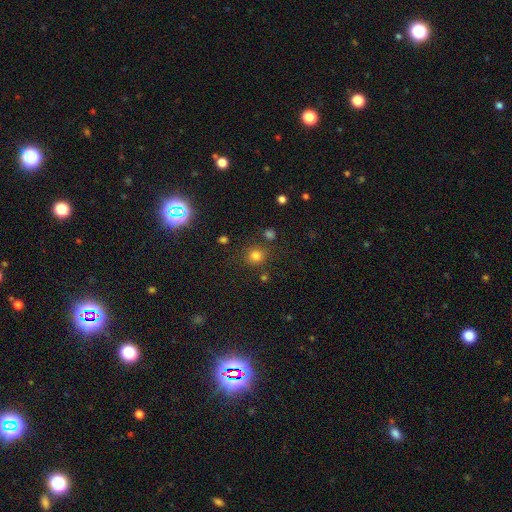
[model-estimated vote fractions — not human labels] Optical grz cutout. It shows a smooth galaxy with no disk features (78%) that is round (86%). Merging: none (80%).